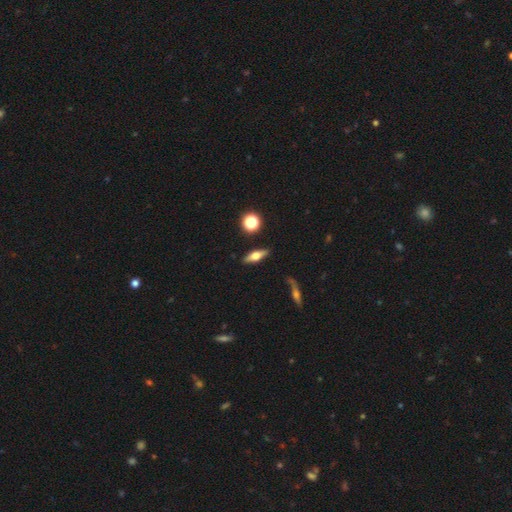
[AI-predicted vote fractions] Smooth or featured? Predicted: featured or disk (p=0.50). Merging? Predicted: none (p=0.85).